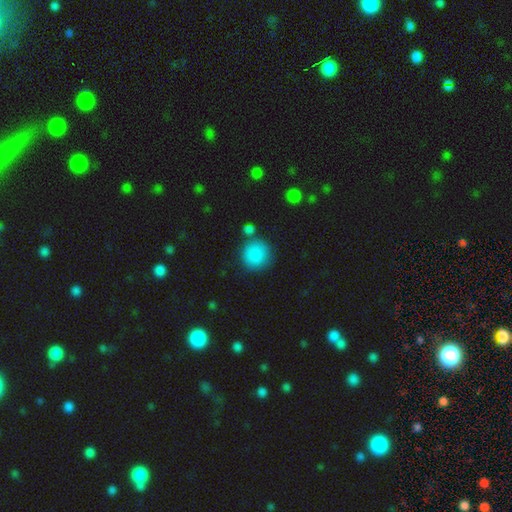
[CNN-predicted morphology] type=smooth (88%); roundness=round (91%); merging=none (77%).